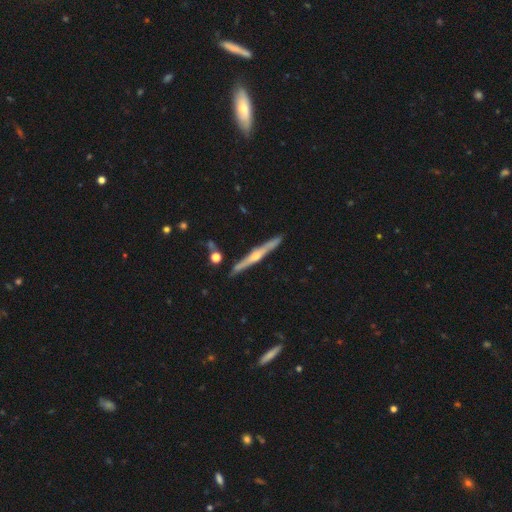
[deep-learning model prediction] This is likely a featured or disk galaxy (76%). It is clearly viewed edge-on (98%). Edge-on bulge: clearly rounded (84%). Merging: clearly none (89%).